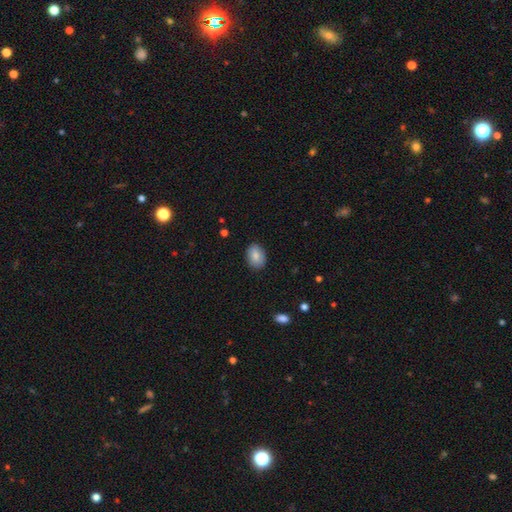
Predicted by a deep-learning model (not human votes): This is clearly a smooth galaxy (84%). How rounded: likely in between (79%). Merging: clearly none (87%).